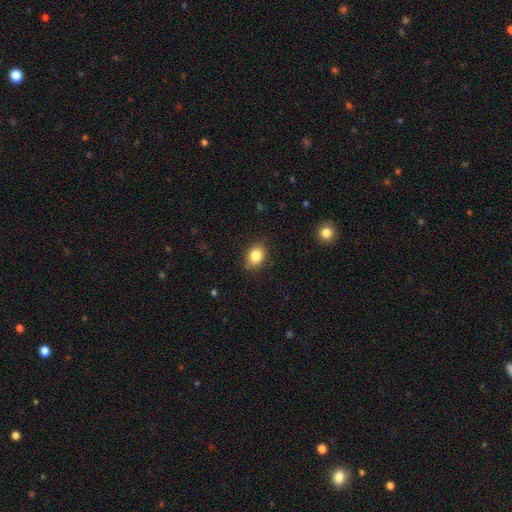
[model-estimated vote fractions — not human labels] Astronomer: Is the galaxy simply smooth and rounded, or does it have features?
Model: smooth — 85%.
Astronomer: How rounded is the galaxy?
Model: in between — 63%.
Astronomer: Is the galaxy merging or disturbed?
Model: none — 86%.